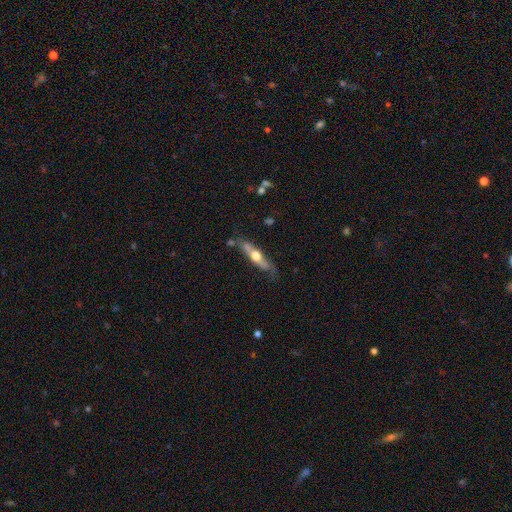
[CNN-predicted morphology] featured or disk 60%, smooth 34%, star or artifact 5%. Down the decision tree: edge-on disk — yes (86%); edge-on bulge — rounded (93%); merging — none (65%).